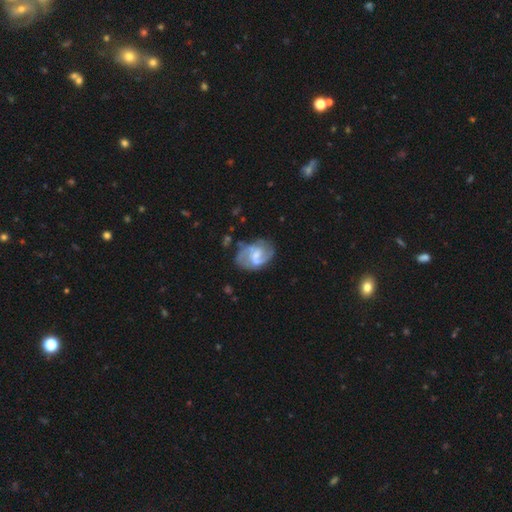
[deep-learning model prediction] A featured or disk galaxy (81%) with a weak bar (57%), 2 (77%) medium (51%) spiral arms (93%) and a small central bulge (37%). Merging: none (64%).